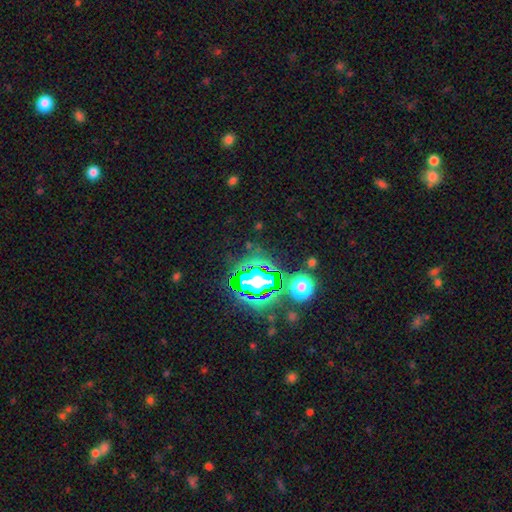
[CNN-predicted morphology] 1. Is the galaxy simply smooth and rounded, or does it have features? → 69% star or artifact, 18% smooth, 14% featured or disk.